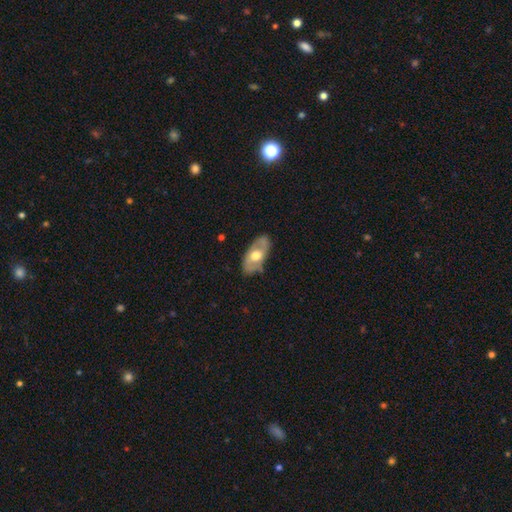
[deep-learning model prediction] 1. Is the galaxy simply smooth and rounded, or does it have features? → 51% featured or disk, 43% smooth, 5% star or artifact.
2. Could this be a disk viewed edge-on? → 83% no, 17% yes.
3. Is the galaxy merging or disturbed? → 77% none, 18% minor disturbance, 4% major disturbance, 1% merger.